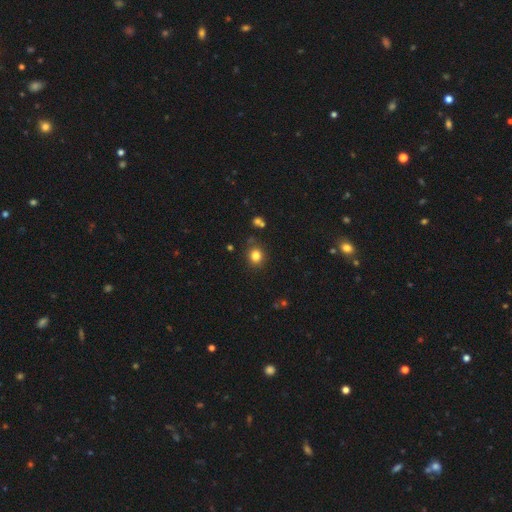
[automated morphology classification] This appears to be a smooth galaxy with no disk features (82%) that is round (85%). Merging: none (87%).